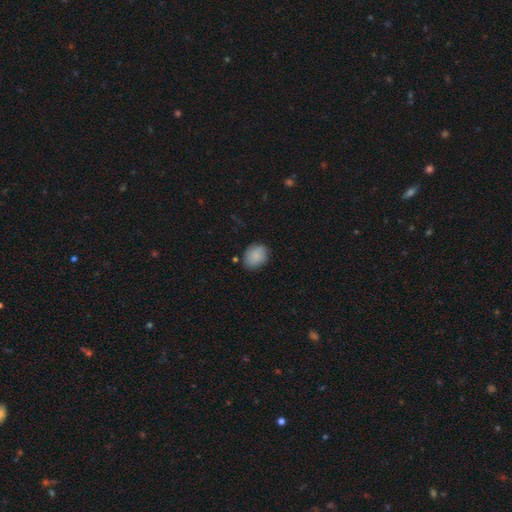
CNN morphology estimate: The model was most divided on "how rounded": in between: 54%, round: 45%, cigar-shaped: 1%. More confident: smooth or featured — smooth (86%); merging — none (76%).